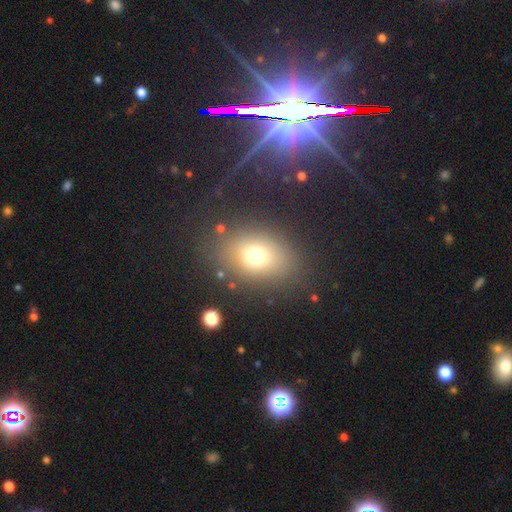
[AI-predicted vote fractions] Smooth or featured? Predicted: smooth (p=0.70). How rounded? Predicted: in between (p=0.64). Merging? Predicted: none (p=0.77).